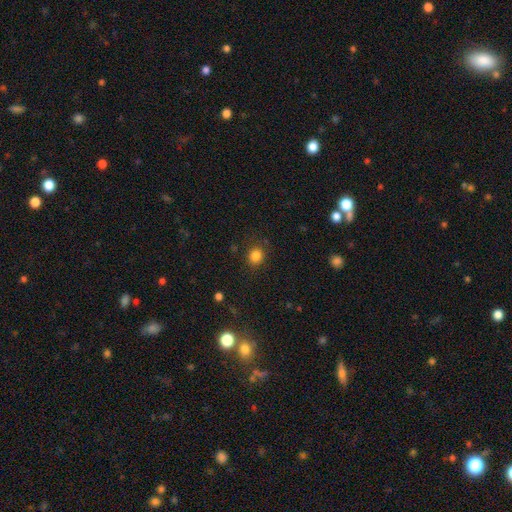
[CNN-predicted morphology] This is clearly a smooth galaxy (83%). How rounded: likely round (69%). Merging: clearly none (84%).